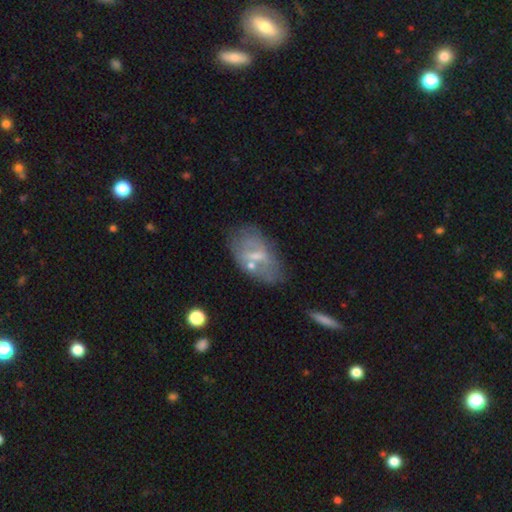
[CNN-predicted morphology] type=featured or disk (52%); edge-on=no (90%); merging=none (55%).